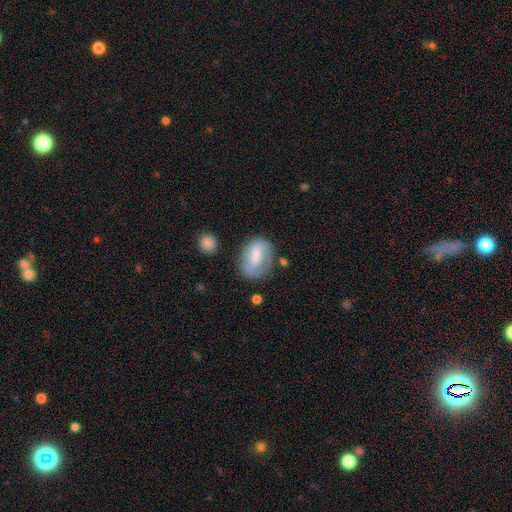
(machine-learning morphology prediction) Smooth or featured? Predicted: smooth (p=0.54). How rounded? Predicted: in between (p=0.73). Merging? Predicted: none (p=0.61).